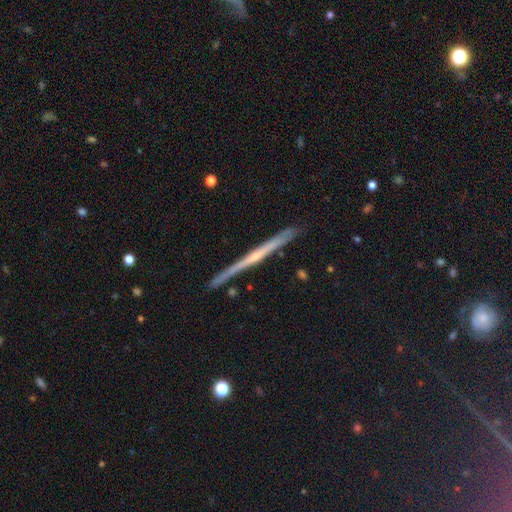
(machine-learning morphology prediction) Smooth or featured?
  - featured or disk: 74% *
  - smooth: 20%
  - star or artifact: 7%
Edge-on disk?
  - yes: 98% *
  - no: 2%
Edge-on bulge?
  - none: 58% *
  - rounded: 36%
  - boxy: 6%
Merging?
  - none: 89% *
  - minor disturbance: 8%
  - merger: 1%
  - major disturbance: 1%